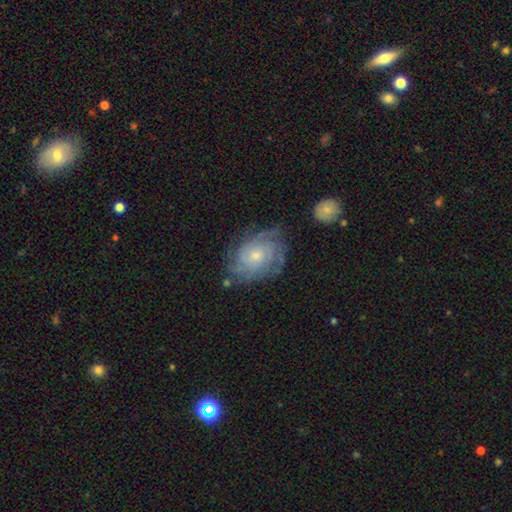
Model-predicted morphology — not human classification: Smooth or featured: featured or disk — 79% (smooth — 14%)
Edge-on disk: no — 97% (yes — 3%)
Bar: no — 79% (weak — 18%)
Spiral arms: yes — 94% (no — 6%)
Spiral winding: tight — 67% (medium — 26%)
Spiral arm count: can't tell — 37% (3 — 18%)
Bulge size: small — 68% (moderate — 28%)
Merging: none — 71% (minor disturbance — 19%)